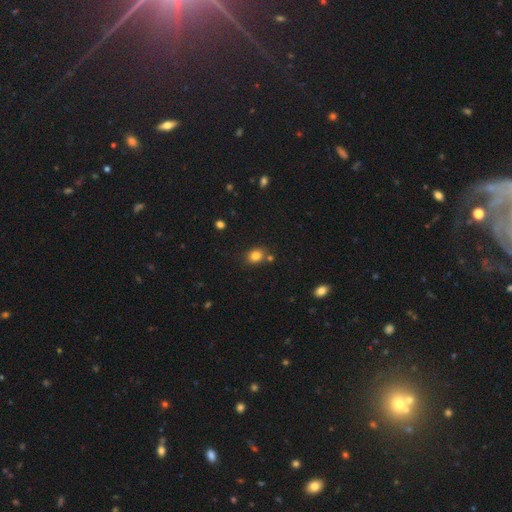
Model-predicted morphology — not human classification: Smooth or featured? Predicted: smooth (p=0.81). How rounded? Predicted: round (p=0.56). Merging? Predicted: none (p=0.75).